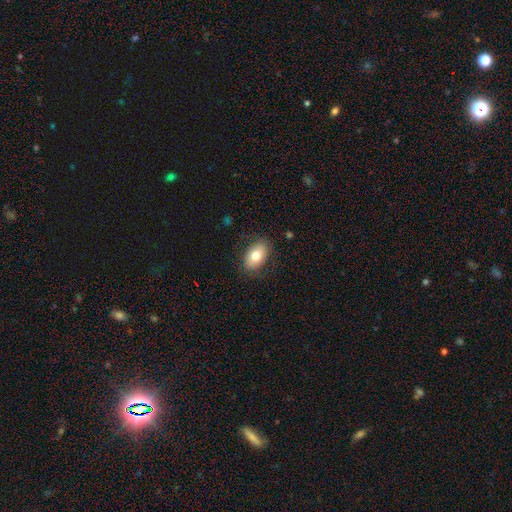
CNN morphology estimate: type=smooth (77%); roundness=in between (89%); merging=none (83%).